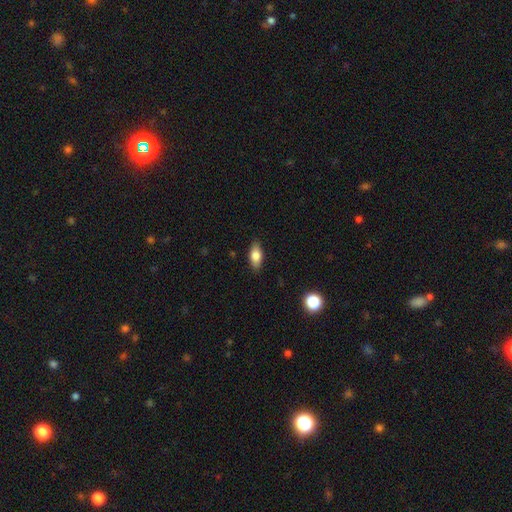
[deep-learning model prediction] The model was most divided on "smooth or featured": smooth: 78%, featured or disk: 15%, star or artifact: 7%. More confident: merging — none (87%); how rounded — in between (85%).